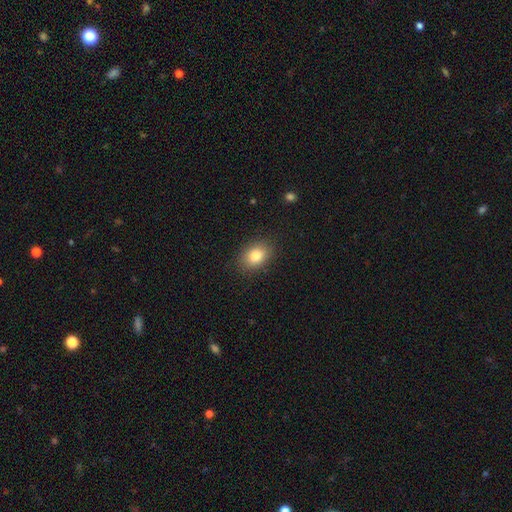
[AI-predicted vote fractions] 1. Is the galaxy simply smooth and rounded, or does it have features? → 81% smooth, 10% star or artifact, 9% featured or disk.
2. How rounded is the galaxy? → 74% in between, 25% round, 1% cigar-shaped.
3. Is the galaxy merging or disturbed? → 87% none, 9% minor disturbance, 3% major disturbance, 1% merger.